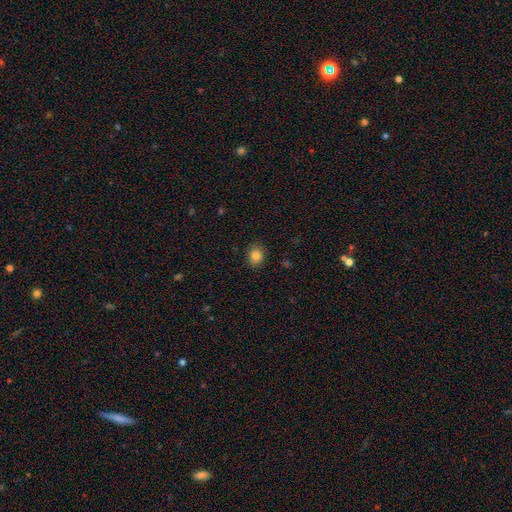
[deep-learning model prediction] A smooth galaxy with no disk features (84%) that is round (60%).

Vote fractions:
- Smooth or featured? smooth: 84% / star or artifact: 10% / featured or disk: 6%
- How rounded? round: 60% / in between: 39% / cigar-shaped: 1%
- Merging? none: 88% / minor disturbance: 9% / major disturbance: 2% / merger: 1%